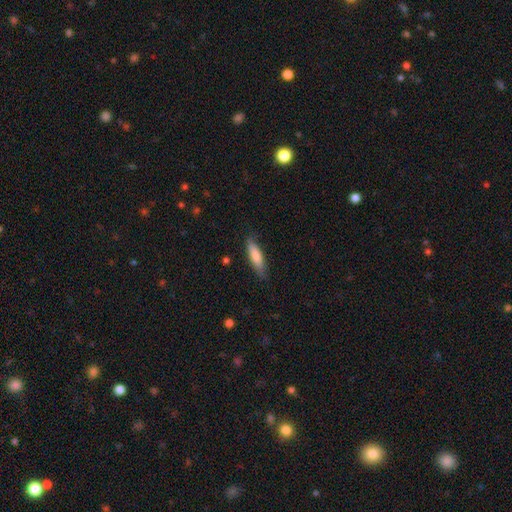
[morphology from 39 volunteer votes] Smooth or featured? smooth (79%)
How rounded? in between (58%)
Merging? none (76%)